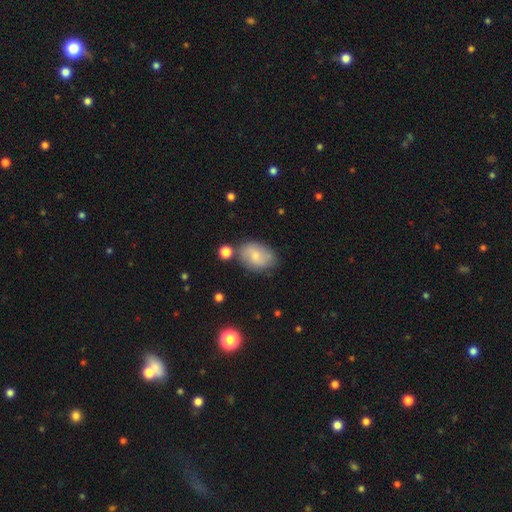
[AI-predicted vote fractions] Morphology: type=smooth (58%); roundness=in between (78%); merging=none (70%).